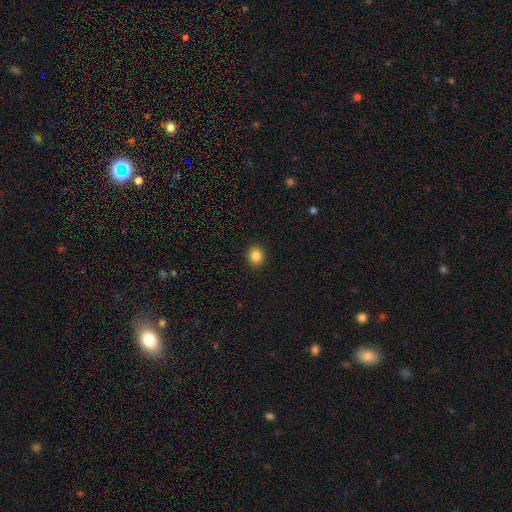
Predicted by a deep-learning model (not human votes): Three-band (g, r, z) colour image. It shows a smooth galaxy with no disk features (86%) that is round (83%). Merging: none (92%).